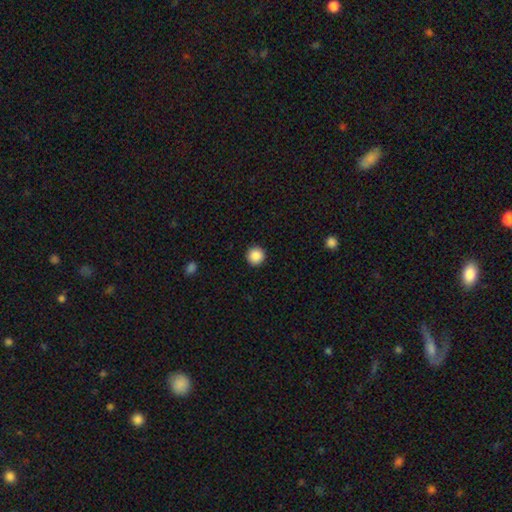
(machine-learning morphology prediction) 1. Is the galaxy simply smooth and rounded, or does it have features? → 88% smooth, 9% star or artifact, 3% featured or disk.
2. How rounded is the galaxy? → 96% round, 3% in between, 1% cigar-shaped.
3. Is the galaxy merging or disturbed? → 93% none, 4% minor disturbance, 2% major disturbance, 1% merger.